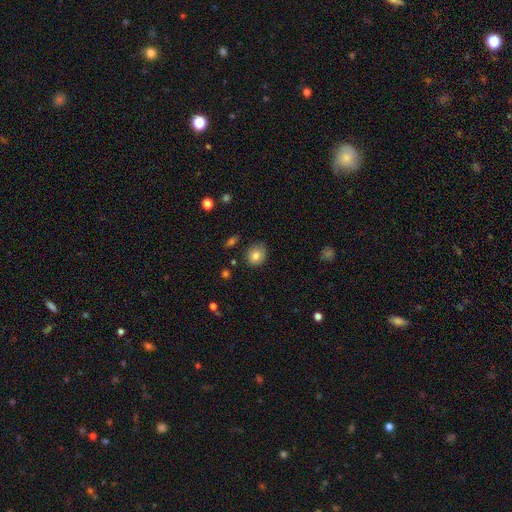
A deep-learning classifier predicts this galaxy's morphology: smooth-or-featured: smooth: 81% | star or artifact: 10% | featured or disk: 10%
  how-rounded: round: 73% | in between: 26% | cigar-shaped: 1%
  merging: none: 81% | minor disturbance: 14% | major disturbance: 3% | merger: 2%